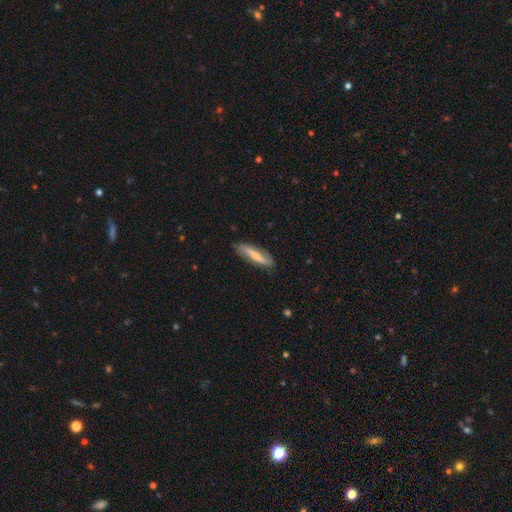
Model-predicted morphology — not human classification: Smooth or featured?
  - featured or disk: 48% *
  - smooth: 46%
  - star or artifact: 6%
Merging?
  - none: 81% *
  - minor disturbance: 14%
  - major disturbance: 3%
  - merger: 1%